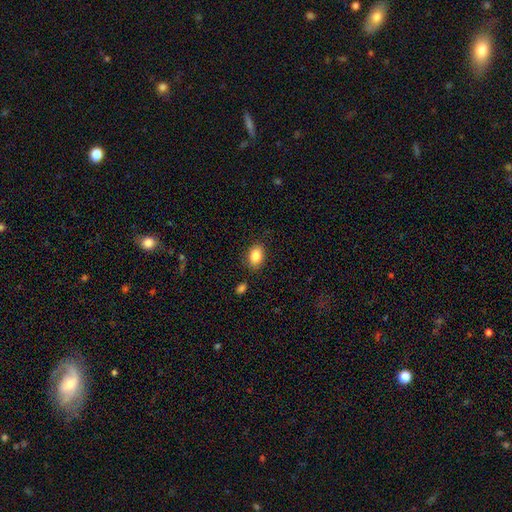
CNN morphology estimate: Smooth or featured? Predicted: smooth (p=0.85). How rounded? Predicted: in between (p=0.79). Merging? Predicted: none (p=0.85).